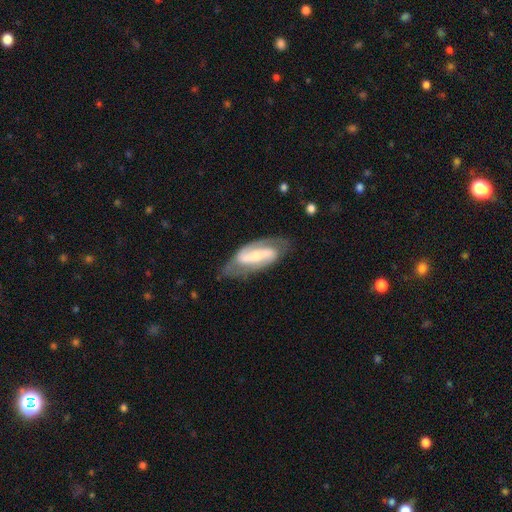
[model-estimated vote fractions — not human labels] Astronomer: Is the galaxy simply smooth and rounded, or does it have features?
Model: featured or disk — 80%.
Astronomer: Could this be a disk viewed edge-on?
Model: no — 93%.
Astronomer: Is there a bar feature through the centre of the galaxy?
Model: strong — 54%.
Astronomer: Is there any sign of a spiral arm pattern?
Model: yes — 90%.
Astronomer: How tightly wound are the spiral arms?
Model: medium — 44% (runner-up: tight, 29%).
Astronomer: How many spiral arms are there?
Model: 2 — 86%.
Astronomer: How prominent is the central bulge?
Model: moderate — 48% (runner-up: small, 43%).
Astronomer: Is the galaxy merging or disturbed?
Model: none — 67%.